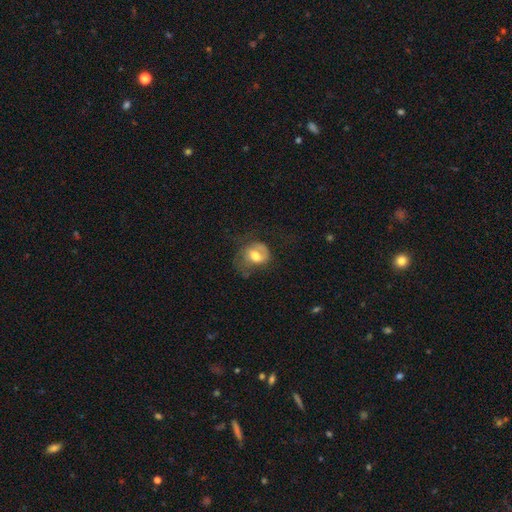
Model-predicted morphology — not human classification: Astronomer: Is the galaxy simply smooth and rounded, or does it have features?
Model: smooth — 56% (runner-up: featured or disk, 36%).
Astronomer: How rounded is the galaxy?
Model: round — 50% (runner-up: in between, 49%).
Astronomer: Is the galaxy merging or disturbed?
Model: none — 38% (runner-up: major disturbance, 32%).